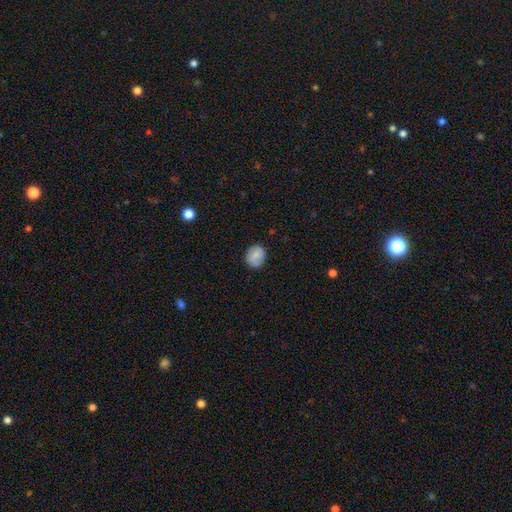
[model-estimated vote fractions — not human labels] Smooth or featured: smooth — 76% (featured or disk — 16%)
How rounded: round — 66% (in between — 34%)
Merging: none — 79% (minor disturbance — 16%)